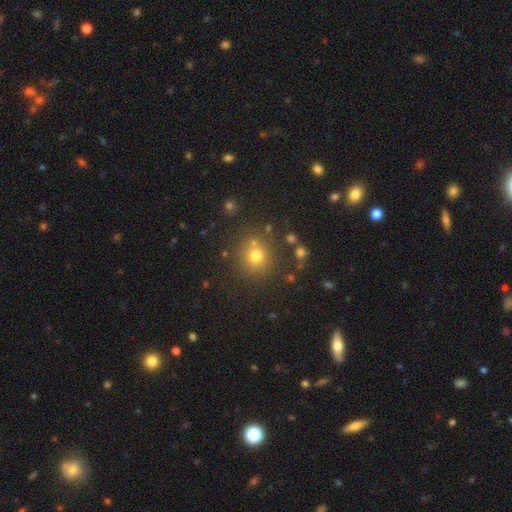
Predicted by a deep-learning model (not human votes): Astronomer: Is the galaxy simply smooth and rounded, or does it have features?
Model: smooth — 70%.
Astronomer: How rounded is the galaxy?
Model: round — 91%.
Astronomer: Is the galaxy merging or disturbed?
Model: none — 78%.